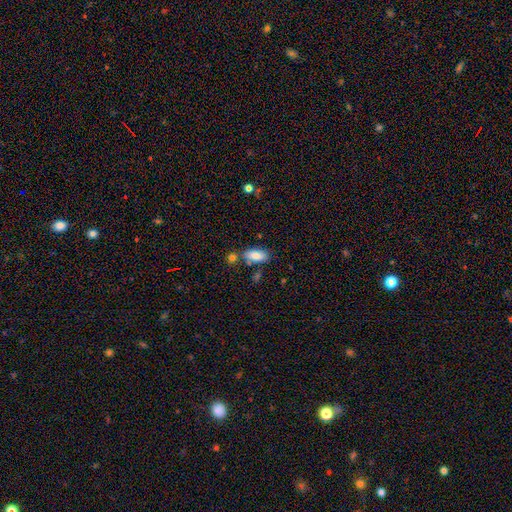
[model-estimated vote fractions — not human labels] The model was most divided on "merging": none: 71%, minor disturbance: 14%, merger: 12%, major disturbance: 3%. More confident: how rounded — in between (89%); smooth or featured — smooth (82%).